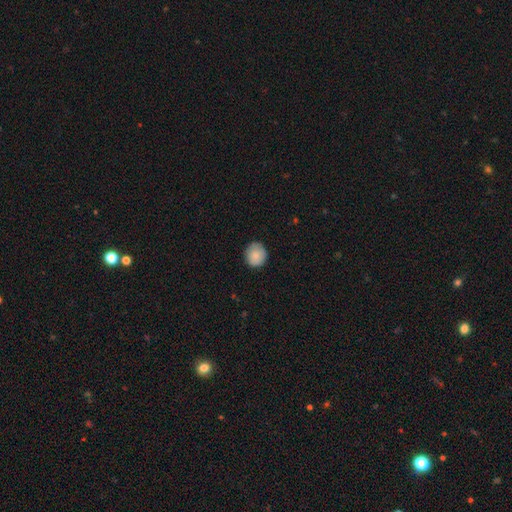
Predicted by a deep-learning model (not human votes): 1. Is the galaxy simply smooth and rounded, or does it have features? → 85% smooth, 8% featured or disk, 8% star or artifact.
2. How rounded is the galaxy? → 87% round, 12% in between, 1% cigar-shaped.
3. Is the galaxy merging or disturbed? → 82% none, 14% minor disturbance, 2% major disturbance, 1% merger.